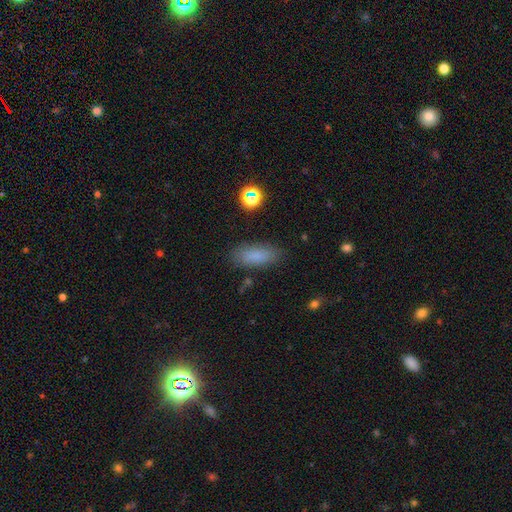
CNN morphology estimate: smooth 82%, star or artifact 10%, featured or disk 8%. Down the decision tree: how rounded — in between (76%); merging — none (83%).